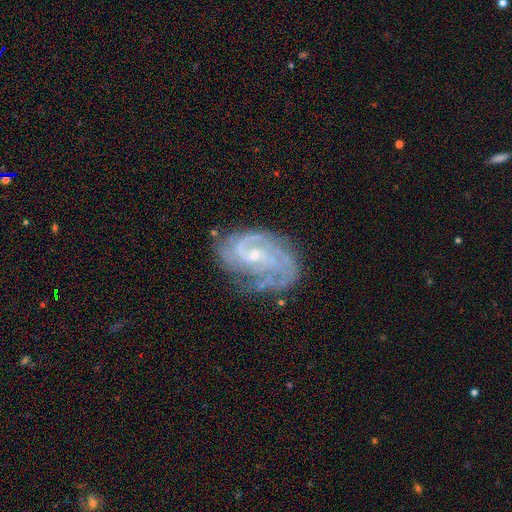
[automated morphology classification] Q: Smooth or featured?
A: featured or disk (84%); runner-up: star or artifact (8%)
Q: Edge-on disk?
A: no (97%); runner-up: yes (3%)
Q: Bar?
A: weak (45%); runner-up: no (41%)
Q: Spiral arms?
A: yes (97%); runner-up: no (3%)
Q: Spiral winding?
A: tight (53%); runner-up: medium (38%)
Q: Spiral arm count?
A: 2 (35%); runner-up: 3 (24%)
Q: Bulge size?
A: small (70%); runner-up: moderate (25%)
Q: Merging?
A: none (69%); runner-up: minor disturbance (20%)